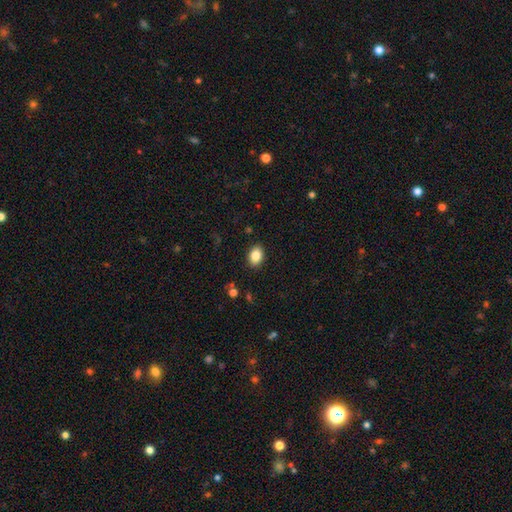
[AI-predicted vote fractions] A smooth galaxy with no disk features (86%) that is in between round and cigar-shaped (78%).

Vote fractions:
- Smooth or featured? smooth: 86% / star or artifact: 9% / featured or disk: 6%
- How rounded? in between: 78% / round: 21% / cigar-shaped: 1%
- Merging? none: 89% / minor disturbance: 8% / major disturbance: 2% / merger: 1%